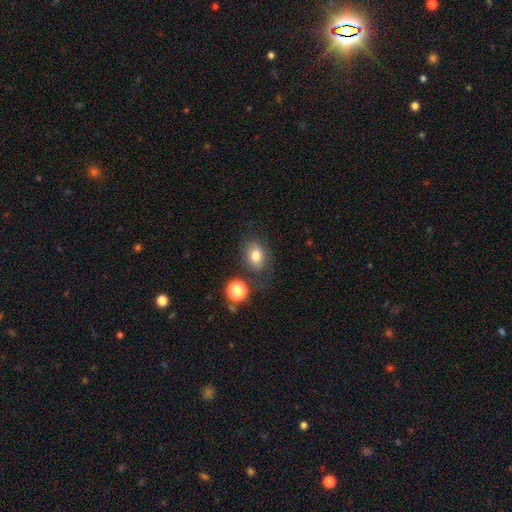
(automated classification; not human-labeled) Morphology: type=smooth (77%); roundness=in between (60%); merging=none (70%).